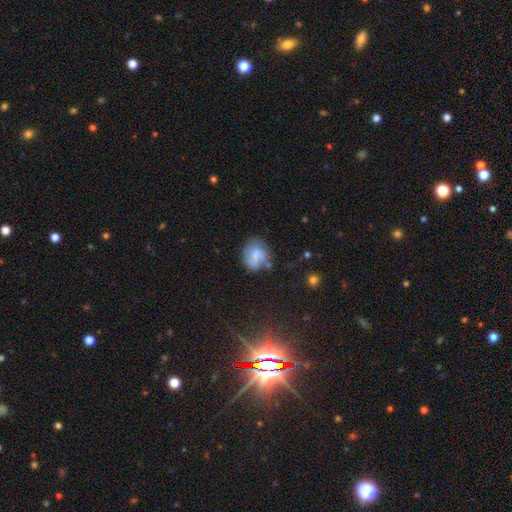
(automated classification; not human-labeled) Morphology: type=smooth (59%); roundness=round (57%); merging=none (49%).